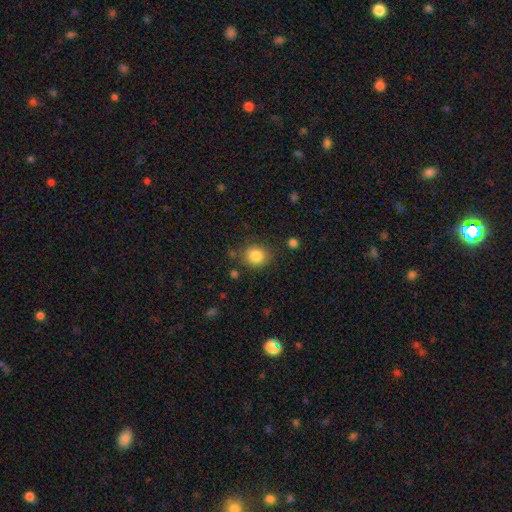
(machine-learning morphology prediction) type=smooth (84%); roundness=round (77%); merging=none (83%).